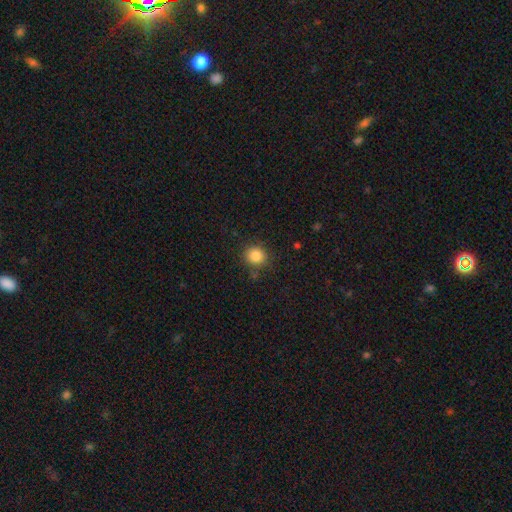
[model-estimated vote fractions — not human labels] Morphology: type=smooth (84%); roundness=round (87%); merging=none (85%).